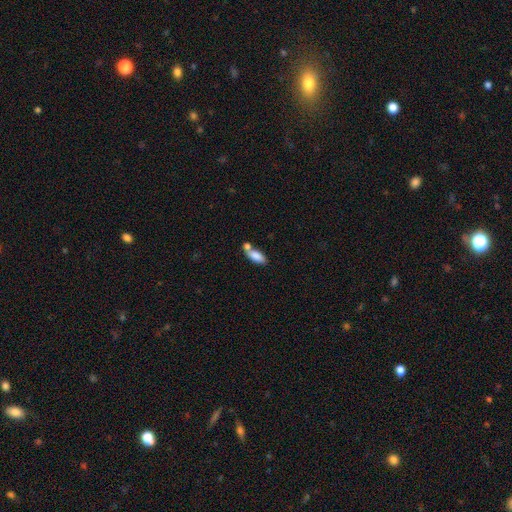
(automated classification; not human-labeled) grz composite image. It shows a smooth galaxy with no disk features (83%) that is in between round and cigar-shaped (81%). Merging: none (42%).